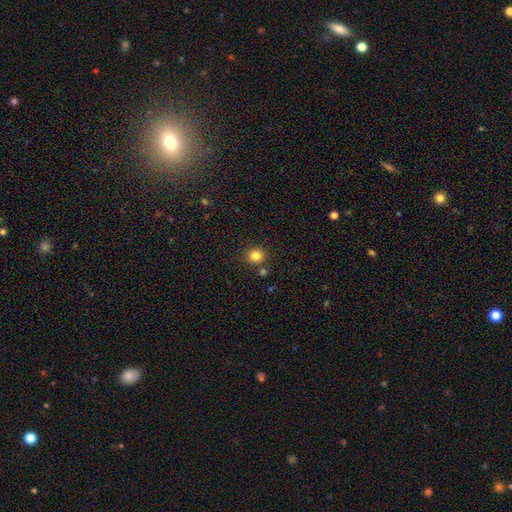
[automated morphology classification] Smooth or featured? Predicted: smooth (p=0.82). How rounded? Predicted: round (p=0.88). Merging? Predicted: none (p=0.84).